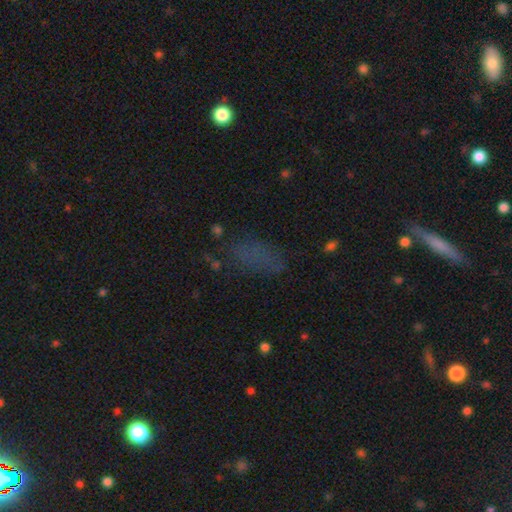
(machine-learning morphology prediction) Smooth or featured? smooth (55%)
How rounded? in between (78%)
Merging? none (65%)